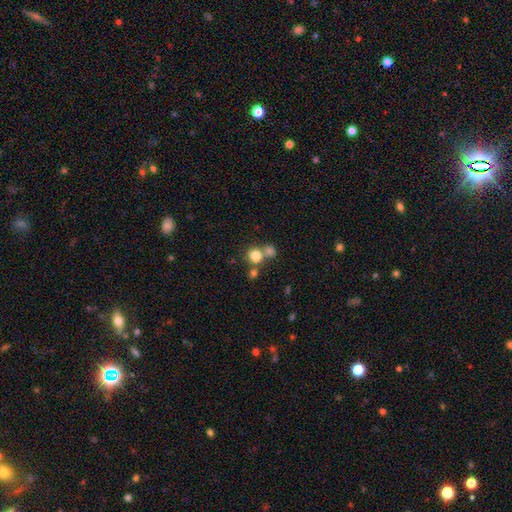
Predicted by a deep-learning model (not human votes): This is likely a smooth galaxy (78%). How rounded: clearly round (82%). Merging: possibly none (46%).